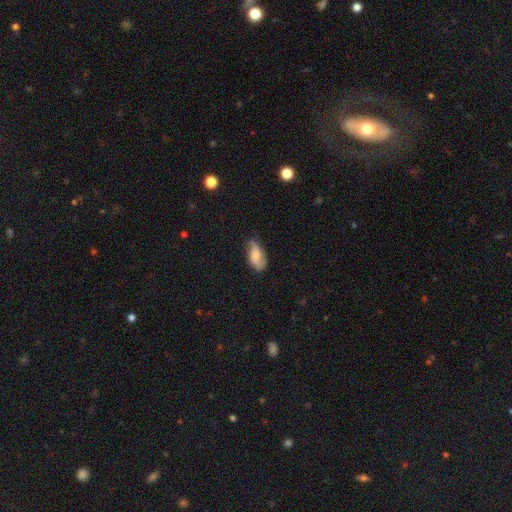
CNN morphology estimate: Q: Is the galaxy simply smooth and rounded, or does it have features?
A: smooth — 52%.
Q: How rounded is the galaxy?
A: in between — 90%.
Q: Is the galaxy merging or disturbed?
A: none — 72%.